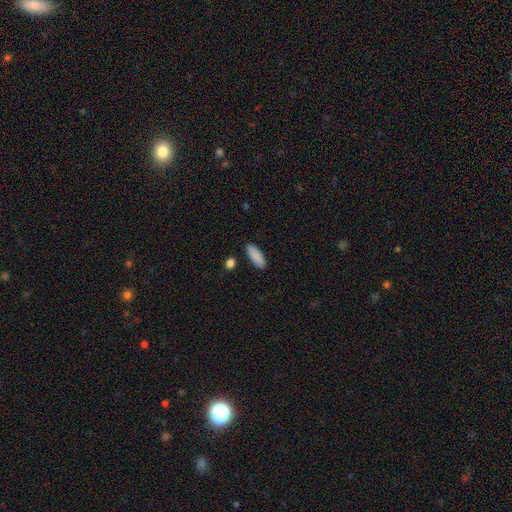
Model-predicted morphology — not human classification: Smooth or featured?
  - smooth: 89% *
  - star or artifact: 6%
  - featured or disk: 4%
How rounded?
  - in between: 73% *
  - cigar-shaped: 26%
  - round: 2%
Merging?
  - none: 86% *
  - minor disturbance: 9%
  - merger: 3%
  - major disturbance: 2%